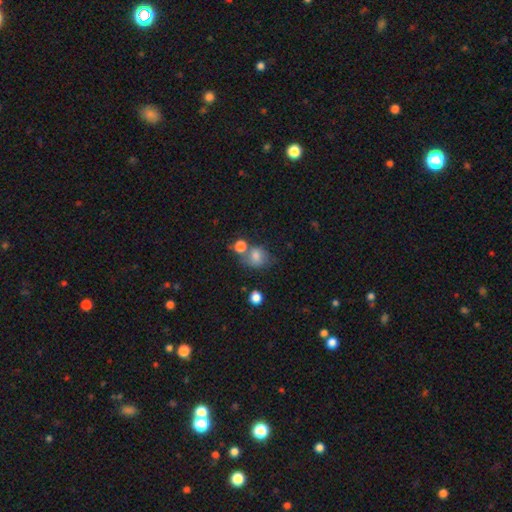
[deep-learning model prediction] smooth 76%, star or artifact 13%, featured or disk 11%. Down the decision tree: how rounded — round (61%); merging — none (48%).